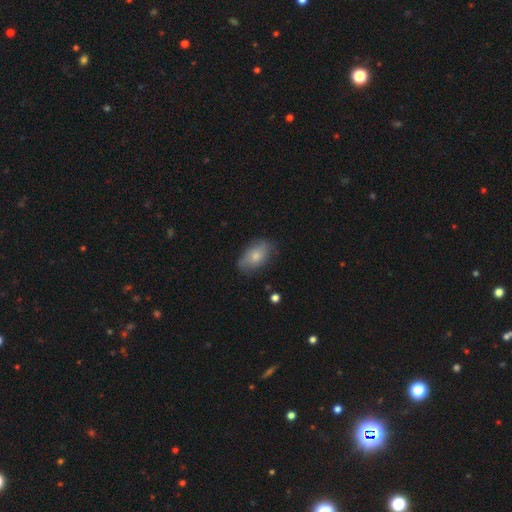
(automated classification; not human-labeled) smooth_or_featured: smooth (p=0.70) [alt: featured or disk p=0.23]
how_rounded: in between (p=0.90) [alt: round p=0.08]
merging: none (p=0.69) [alt: minor disturbance p=0.24]